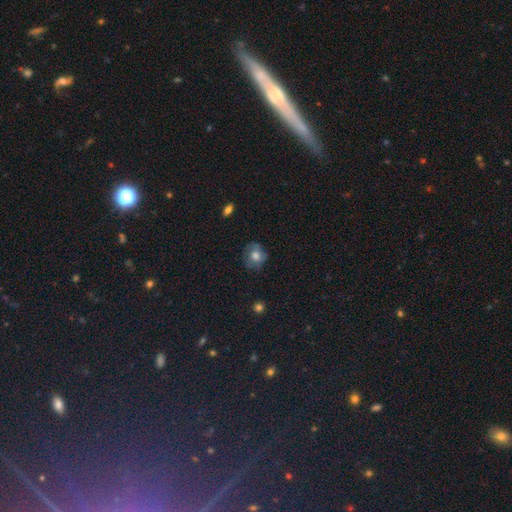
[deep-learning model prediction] The model was most divided on "merging": none: 69%, minor disturbance: 23%, major disturbance: 7%, merger: 1%. More confident: how rounded — round (77%); smooth or featured — smooth (71%).